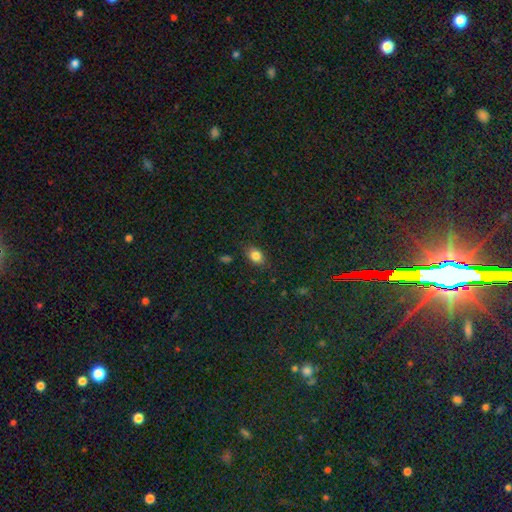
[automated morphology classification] Overall: smooth (82%). How rounded: in between (70%). Merging: none (80%).